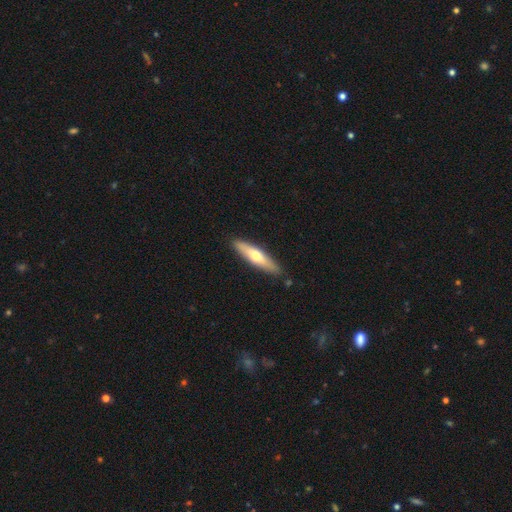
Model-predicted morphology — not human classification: Smooth or featured? Predicted: smooth (p=0.55). How rounded? Predicted: cigar-shaped (p=0.79). Merging? Predicted: none (p=0.87).